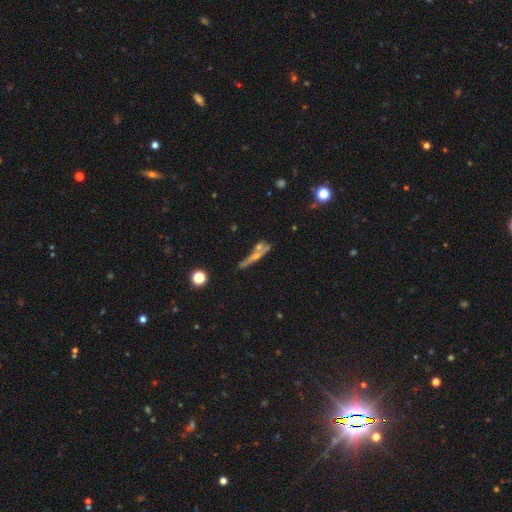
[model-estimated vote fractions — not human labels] This is possibly a featured or disk galaxy (50%). It is likely viewed edge-on (80%). Merging: possibly none (55%).